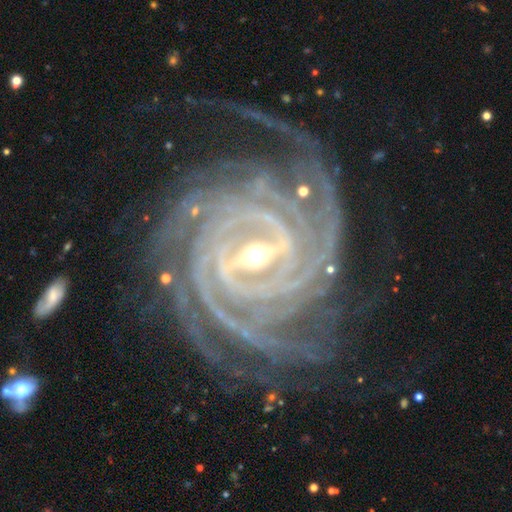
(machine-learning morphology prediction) A featured or disk galaxy (94%) with a strong bar (61%), 4 (30%) tight (85%) spiral arms (99%) and a moderate central bulge (49%).

Vote fractions:
- Smooth or featured? featured or disk: 94% / star or artifact: 4% / smooth: 2%
- Edge-on disk? no: 98% / yes: 2%
- Bar? strong: 61% / weak: 30% / no: 9%
- Spiral arms? yes: 99% / no: 1%
- Spiral winding? tight: 85% / medium: 13% / loose: 2%
- Spiral arm count? 4: 30% / more than 4: 24% / 3: 15% / can't tell: 12% / 2: 11% / 1: 8%
- Bulge size? moderate: 49% / small: 48% / large: 2% / none: 1% / dominant: 1%
- Merging? none: 75% / minor disturbance: 15% / major disturbance: 8% / merger: 2%